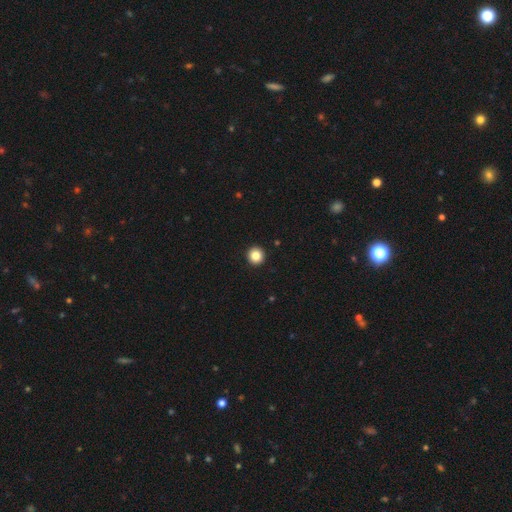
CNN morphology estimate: This is clearly a smooth galaxy (85%). How rounded: clearly round (95%). Merging: clearly none (94%).